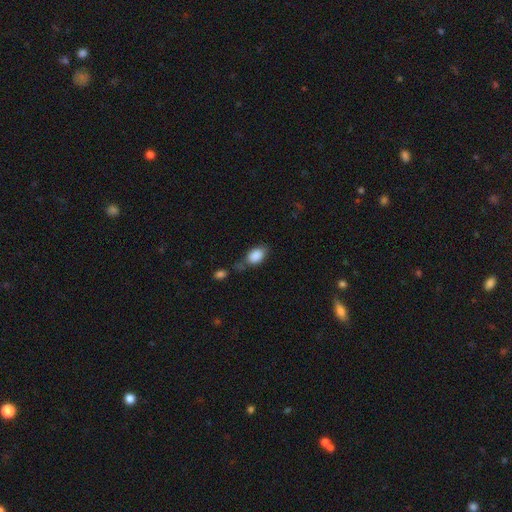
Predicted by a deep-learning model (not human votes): smooth_or_featured: smooth (p=0.87) [alt: star or artifact p=0.07]
how_rounded: in between (p=0.87) [alt: round p=0.10]
merging: none (p=0.50) [alt: minor disturbance p=0.24]